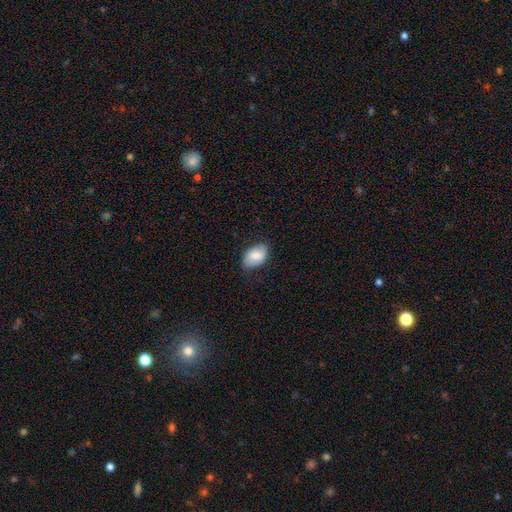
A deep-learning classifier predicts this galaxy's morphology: Smooth or featured? Predicted: smooth (p=0.80). How rounded? Predicted: in between (p=0.90). Merging? Predicted: none (p=0.75).